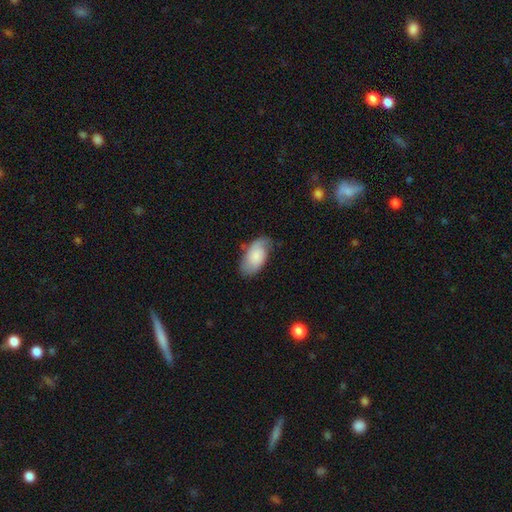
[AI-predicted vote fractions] Smooth or featured: smooth — 67% (featured or disk — 26%)
How rounded: in between — 95% (round — 3%)
Merging: none — 63% (minor disturbance — 27%)